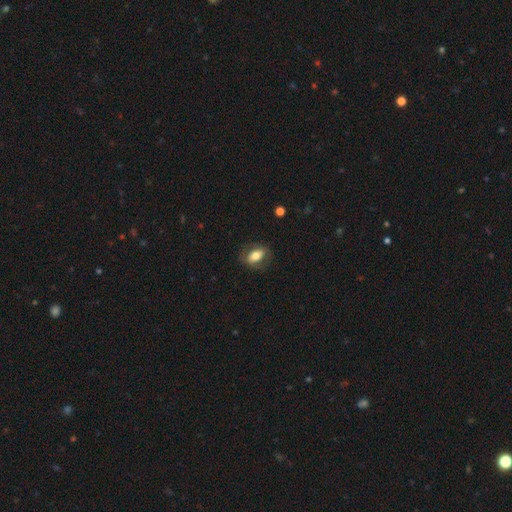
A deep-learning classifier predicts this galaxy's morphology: A smooth galaxy with no disk features (66%) that is in between round and cigar-shaped (85%).

Vote fractions:
- Smooth or featured? smooth: 66% / featured or disk: 27% / star or artifact: 7%
- How rounded? in between: 85% / round: 10% / cigar-shaped: 5%
- Merging? none: 77% / minor disturbance: 15% / major disturbance: 7% / merger: 1%